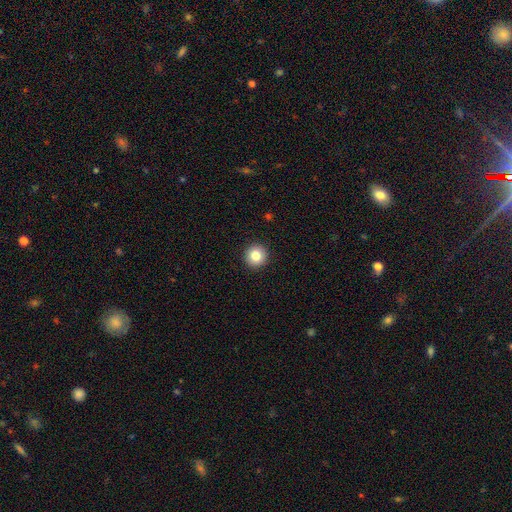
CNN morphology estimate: Smooth or featured? Predicted: smooth (p=0.83). How rounded? Predicted: round (p=0.95). Merging? Predicted: none (p=0.93).